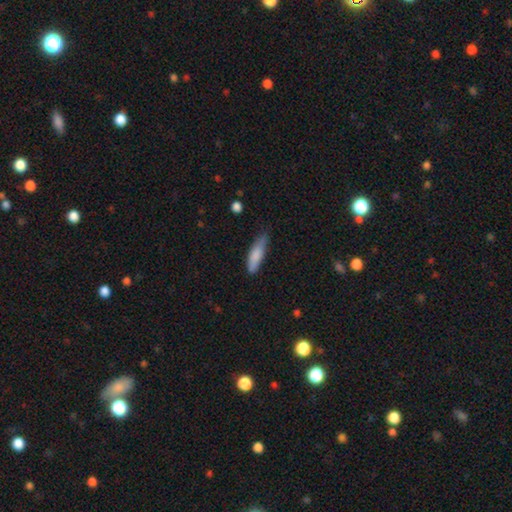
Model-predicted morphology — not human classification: smooth 82%, featured or disk 12%, star or artifact 6%. Down the decision tree: how rounded — cigar-shaped (64%); merging — none (61%).